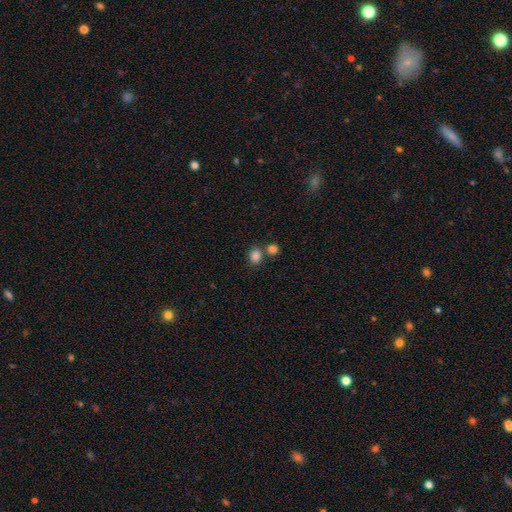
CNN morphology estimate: A smooth galaxy with no disk features (84%) that is round (67%). Merging: none (61%).